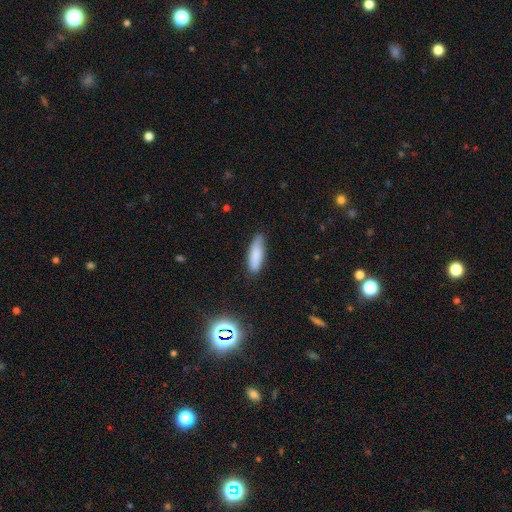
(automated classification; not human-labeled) Smooth or featured? smooth (85%)
How rounded? cigar-shaped (51%)
Merging? none (79%)